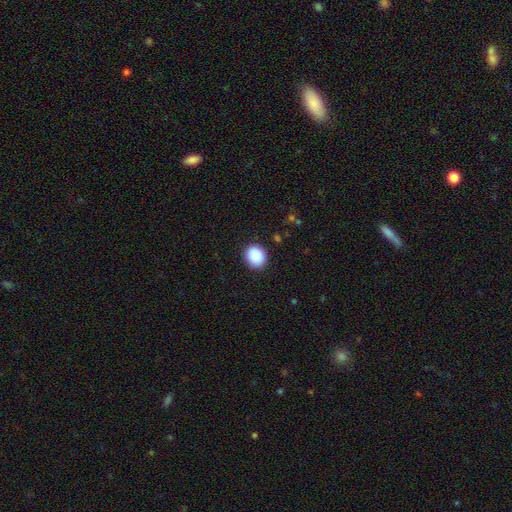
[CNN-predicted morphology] smooth 89%, star or artifact 7%, featured or disk 4%. Down the decision tree: how rounded — round (71%); merging — none (89%).